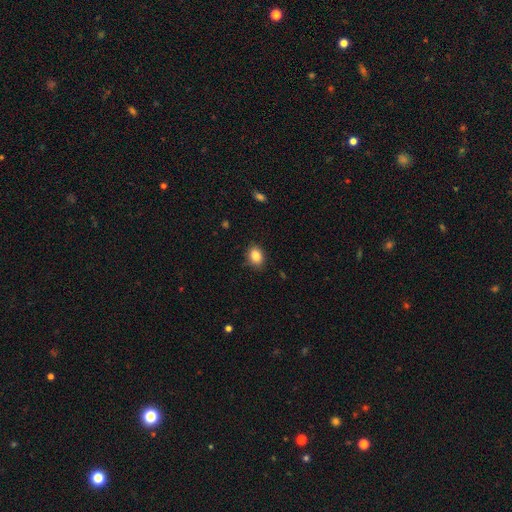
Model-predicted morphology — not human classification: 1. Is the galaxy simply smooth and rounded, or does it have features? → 86% smooth, 9% star or artifact, 5% featured or disk.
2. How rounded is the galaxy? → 60% in between, 39% round, 1% cigar-shaped.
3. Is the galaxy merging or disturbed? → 86% none, 10% minor disturbance, 2% major disturbance, 1% merger.